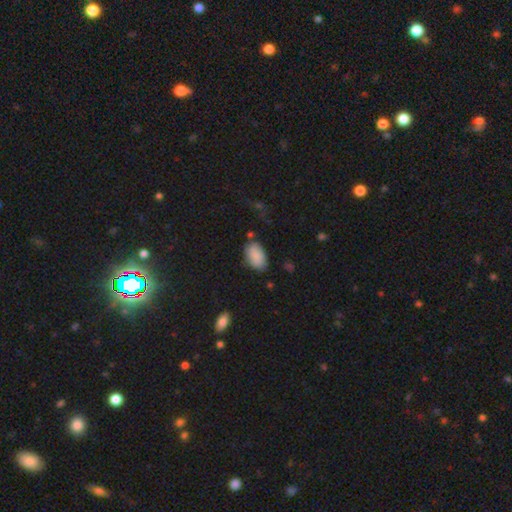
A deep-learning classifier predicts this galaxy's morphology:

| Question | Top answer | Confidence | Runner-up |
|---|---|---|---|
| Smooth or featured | smooth | 88% | star or artifact (7%) |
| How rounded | in between | 93% | round (6%) |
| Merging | none | 75% | minor disturbance (17%) |